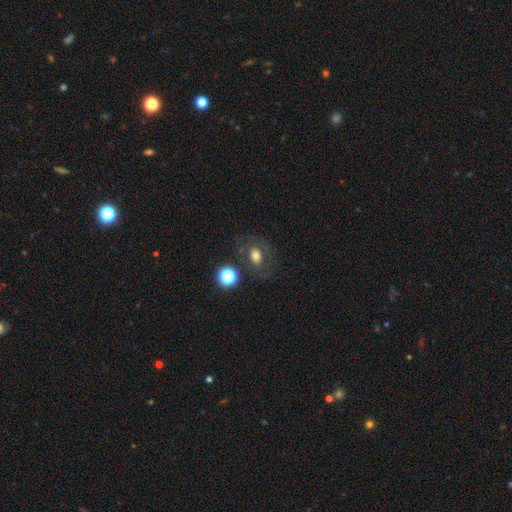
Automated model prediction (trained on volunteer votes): This is possibly a smooth galaxy (58%). How rounded: likely in between (61%). Merging: likely none (68%).